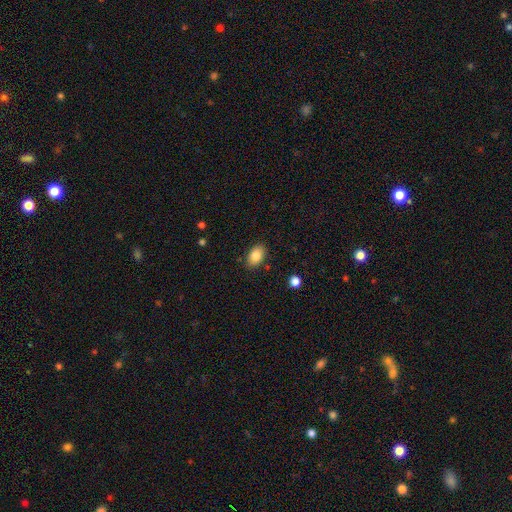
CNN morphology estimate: This appears to be a smooth galaxy with no disk features (83%) that is in between round and cigar-shaped (88%). Merging: none (86%).